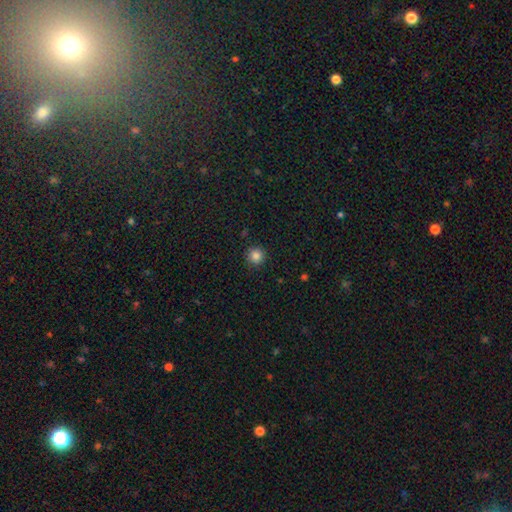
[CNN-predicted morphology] type=smooth (85%); roundness=round (95%); merging=none (91%).